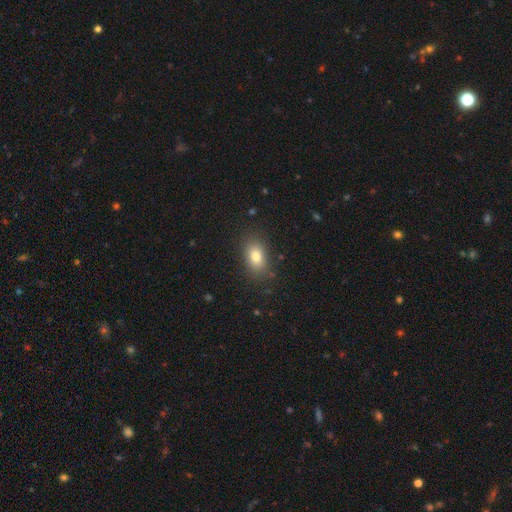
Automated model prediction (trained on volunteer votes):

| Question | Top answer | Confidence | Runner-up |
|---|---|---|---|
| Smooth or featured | smooth | 80% | featured or disk (10%) |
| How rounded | in between | 84% | round (13%) |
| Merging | none | 84% | minor disturbance (11%) |